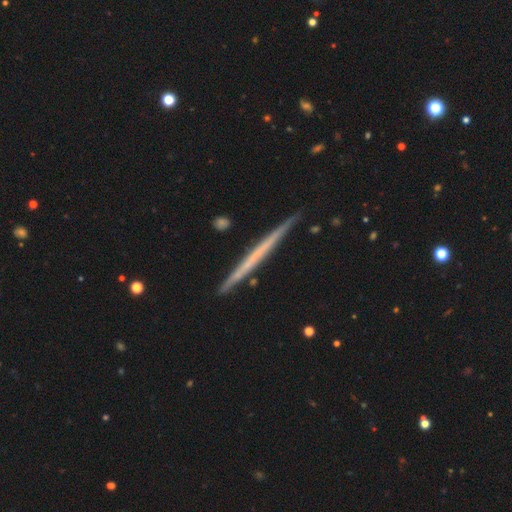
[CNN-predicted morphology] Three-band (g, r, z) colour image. It shows a featured or disk galaxy (59%) viewed edge-on (98%) with no central bulge (94%). Merging: none (90%).